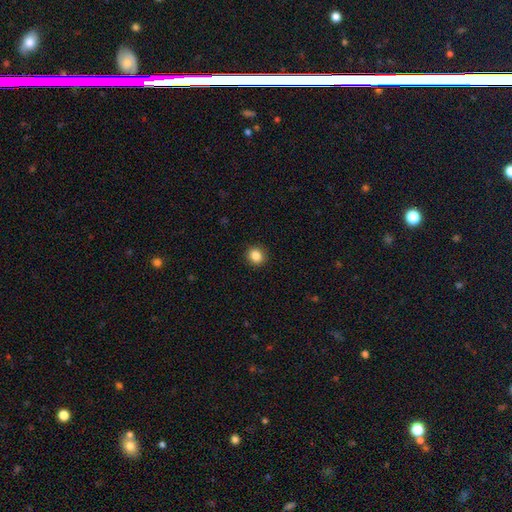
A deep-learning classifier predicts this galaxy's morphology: Overall: smooth (87%). How rounded: round (81%). Merging: none (91%).